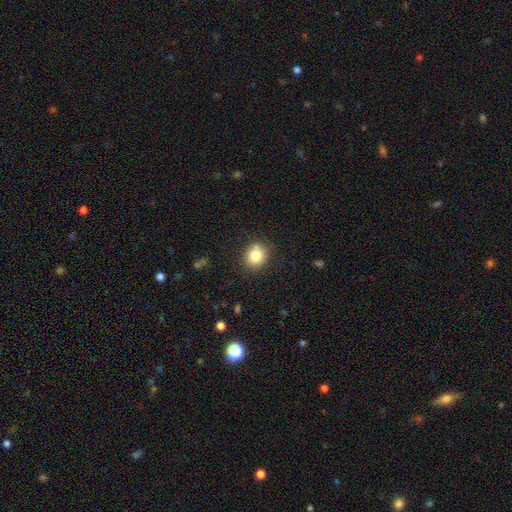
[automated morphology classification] smooth_or_featured: smooth (p=0.80) [alt: star or artifact p=0.11]
how_rounded: round (p=0.79) [alt: in between p=0.20]
merging: none (p=0.80) [alt: minor disturbance p=0.12]